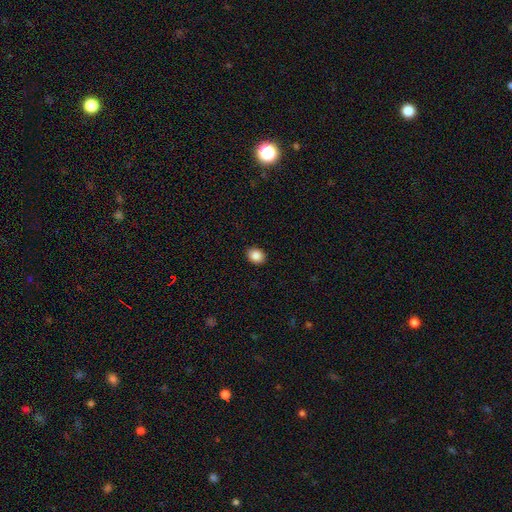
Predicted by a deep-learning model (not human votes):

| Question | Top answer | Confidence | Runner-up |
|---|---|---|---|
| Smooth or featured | smooth | 88% | star or artifact (9%) |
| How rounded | in between | 57% | round (42%) |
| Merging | none | 91% | minor disturbance (6%) |